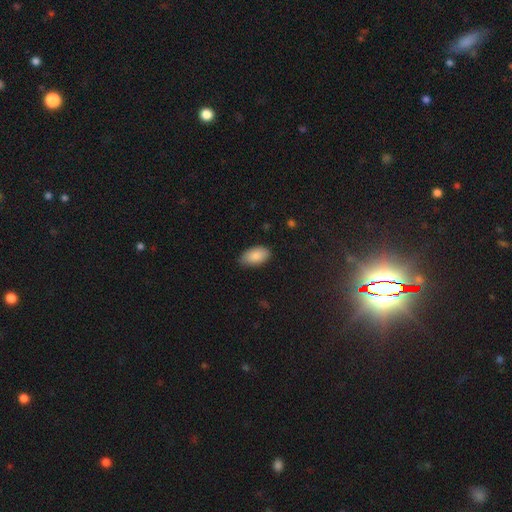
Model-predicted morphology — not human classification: The model was most divided on "merging": none: 82%, minor disturbance: 14%, major disturbance: 2%, merger: 1%. More confident: how rounded — in between (95%); smooth or featured — smooth (88%).